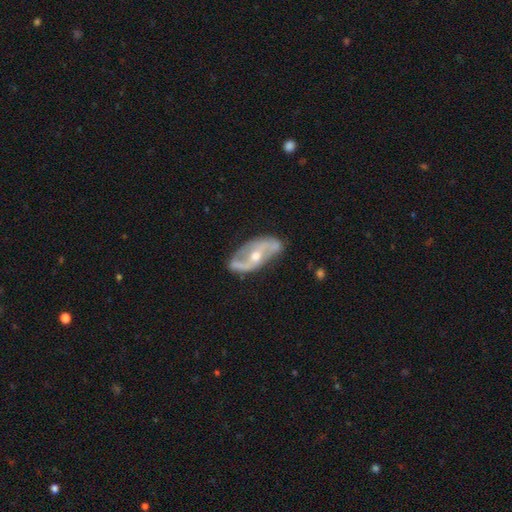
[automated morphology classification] The model was most divided on "spiral winding": loose: 42%, medium: 40%, tight: 18%. Remaining: edge-on disk — no (91%); spiral arm count — 2 (87%); spiral arms — yes (84%); smooth or featured — featured or disk (83%); merging — none (74%); bulge size — moderate (68%); bar — no (40%).